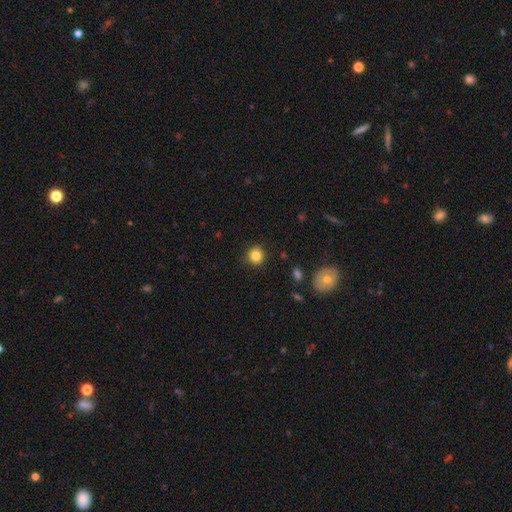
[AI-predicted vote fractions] Smooth or featured?
  - smooth: 83% *
  - star or artifact: 11%
  - featured or disk: 6%
How rounded?
  - round: 88% *
  - in between: 11%
  - cigar-shaped: 1%
Merging?
  - none: 86% *
  - minor disturbance: 10%
  - major disturbance: 2%
  - merger: 1%